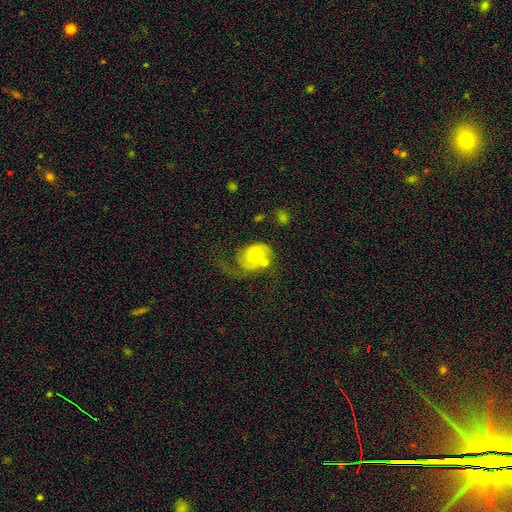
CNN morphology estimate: This appears to be a featured or disk galaxy (76%) with no bar (68%), 2 (60%) medium (40%) spiral arms (94%) and a small central bulge (49%). Merging: none (36%).